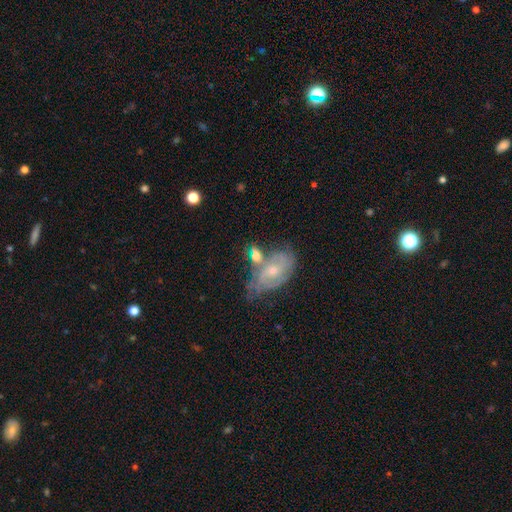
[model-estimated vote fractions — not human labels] Q: Smooth or featured?
A: featured or disk (50%); runner-up: smooth (41%)
Q: Merging?
A: none (40%); runner-up: merger (33%)